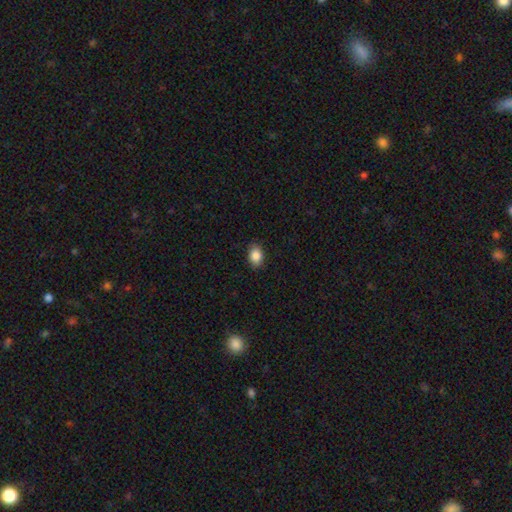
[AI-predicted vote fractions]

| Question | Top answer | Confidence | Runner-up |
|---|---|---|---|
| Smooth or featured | smooth | 87% | star or artifact (8%) |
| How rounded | in between | 76% | round (23%) |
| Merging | none | 87% | minor disturbance (9%) |